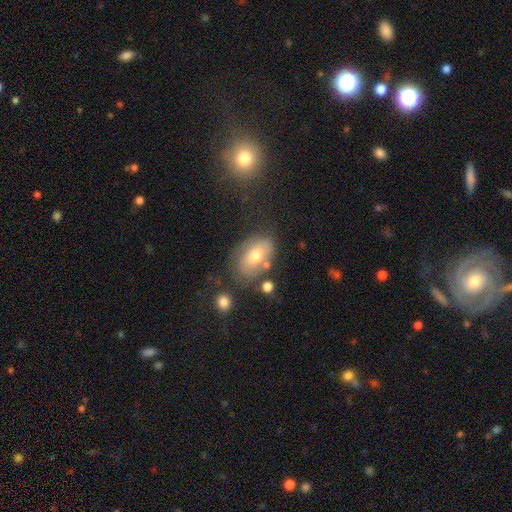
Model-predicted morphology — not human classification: smooth-or-featured: smooth: 59% | featured or disk: 31% | star or artifact: 10%
  how-rounded: in between: 86% | round: 13% | cigar-shaped: 2%
  merging: none: 63% | minor disturbance: 20% | merger: 9% | major disturbance: 8%